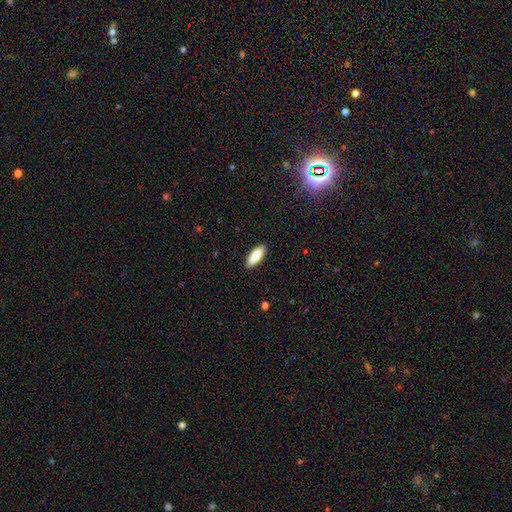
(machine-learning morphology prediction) smooth-or-featured: smooth: 85% | featured or disk: 9% | star or artifact: 6%
  how-rounded: in between: 65% | cigar-shaped: 33% | round: 2%
  merging: none: 90% | minor disturbance: 8% | major disturbance: 2% | merger: 1%